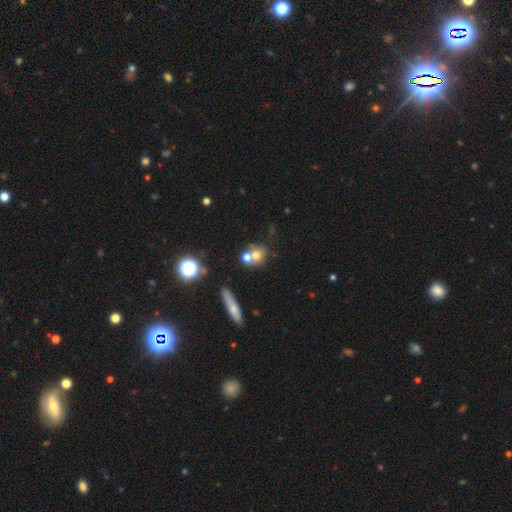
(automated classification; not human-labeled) This appears to be a smooth galaxy with no disk features (63%) that is round (72%). Merging: merger (47%).